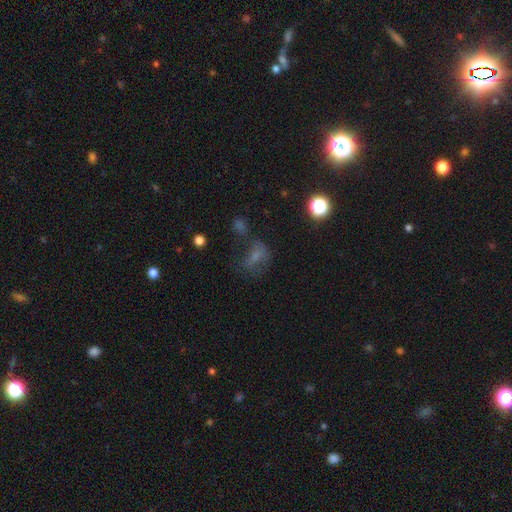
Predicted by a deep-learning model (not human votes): Smooth or featured? smooth (48%)
Merging? none (40%)